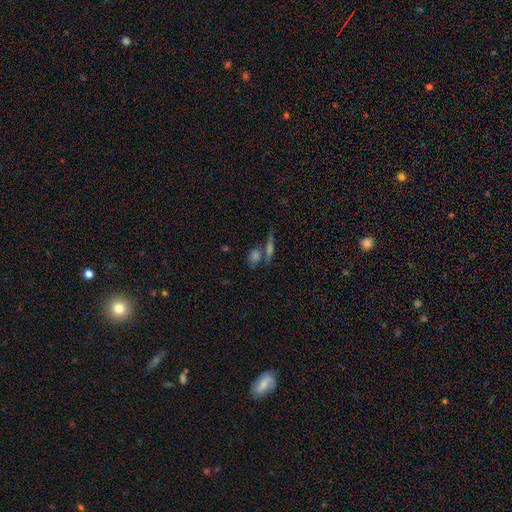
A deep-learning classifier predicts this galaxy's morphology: A smooth galaxy with no disk features (58%) that is in between round and cigar-shaped (44%).

Vote fractions:
- Smooth or featured? smooth: 58% / star or artifact: 22% / featured or disk: 21%
- How rounded? in between: 44% / round: 35% / cigar-shaped: 21%
- Merging? none: 53% / merger: 30% / minor disturbance: 10% / major disturbance: 6%